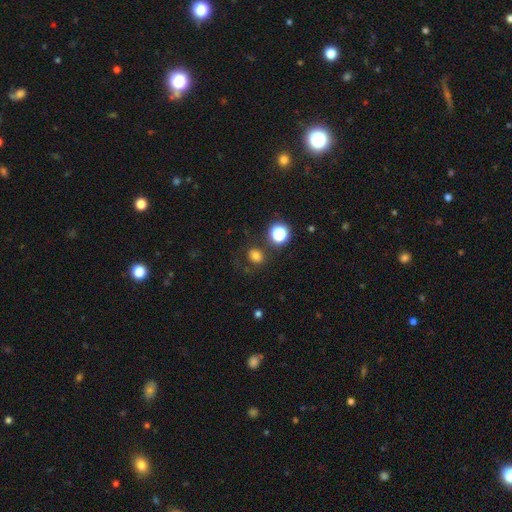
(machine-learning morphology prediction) This appears to be a smooth galaxy with no disk features (74%) that is round (68%). Merging: none (73%).